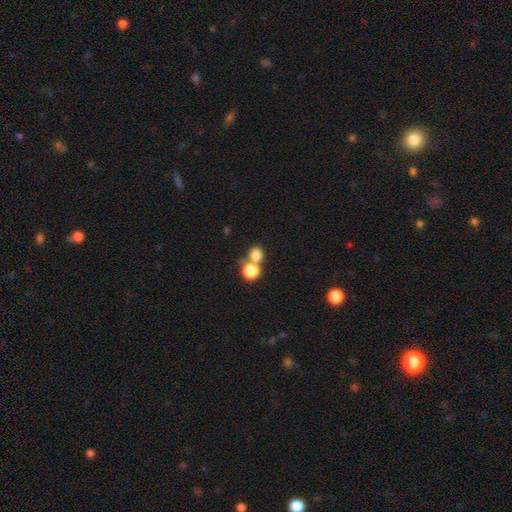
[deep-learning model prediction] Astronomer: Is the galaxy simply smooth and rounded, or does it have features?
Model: smooth — 79%.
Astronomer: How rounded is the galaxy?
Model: round — 80%.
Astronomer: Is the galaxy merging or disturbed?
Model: none — 47% (runner-up: merger, 43%).